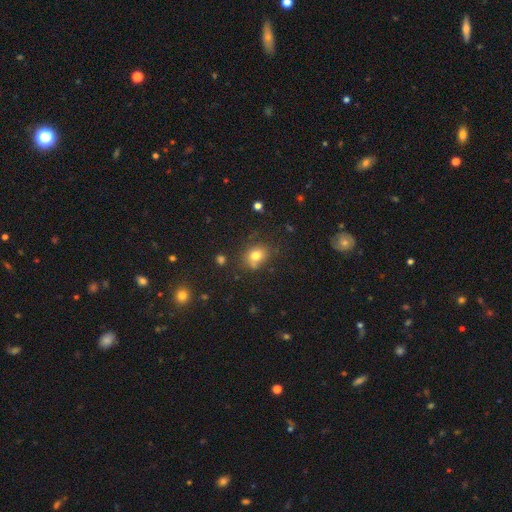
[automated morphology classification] This is likely a smooth galaxy (78%). How rounded: possibly round (54%). Merging: likely none (65%).